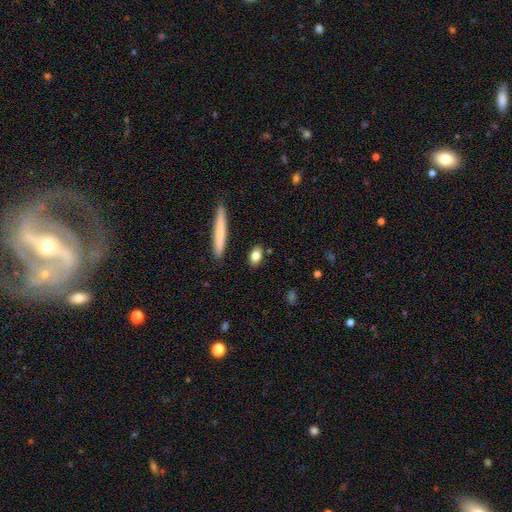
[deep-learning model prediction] A smooth galaxy with no disk features (80%) that is in between round and cigar-shaped (73%). Merging: none (86%).